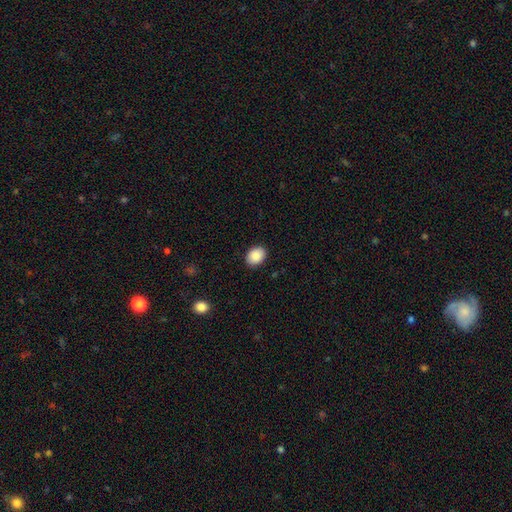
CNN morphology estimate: A smooth galaxy with no disk features (88%) that is in between round and cigar-shaped (70%). Merging: none (88%).